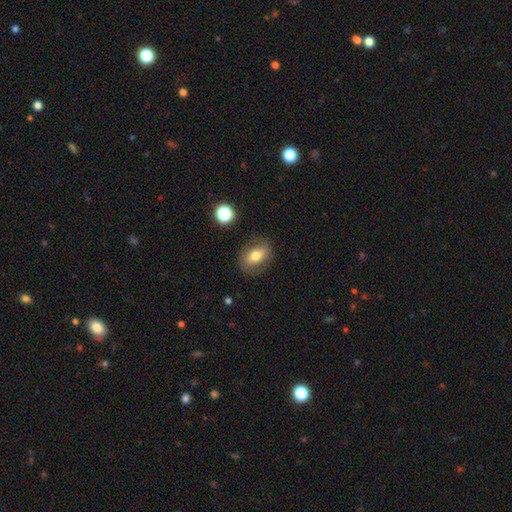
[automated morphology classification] Smooth or featured?
  - smooth: 65% *
  - featured or disk: 25%
  - star or artifact: 9%
How rounded?
  - in between: 69% *
  - round: 29%
  - cigar-shaped: 2%
Merging?
  - none: 80% *
  - minor disturbance: 13%
  - major disturbance: 5%
  - merger: 2%